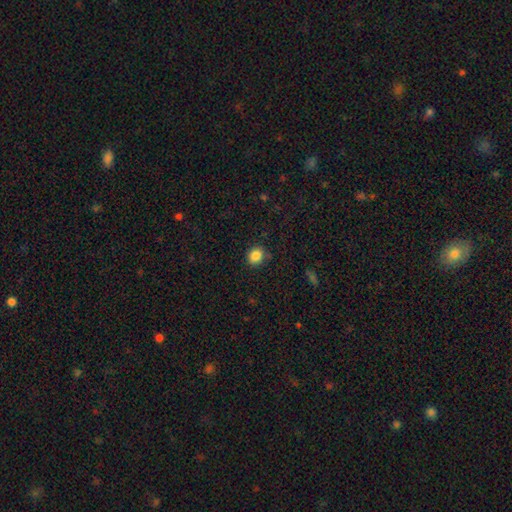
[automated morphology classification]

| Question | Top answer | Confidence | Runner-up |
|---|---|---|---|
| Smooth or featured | smooth | 86% | star or artifact (10%) |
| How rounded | round | 72% | in between (27%) |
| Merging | none | 84% | minor disturbance (11%) |